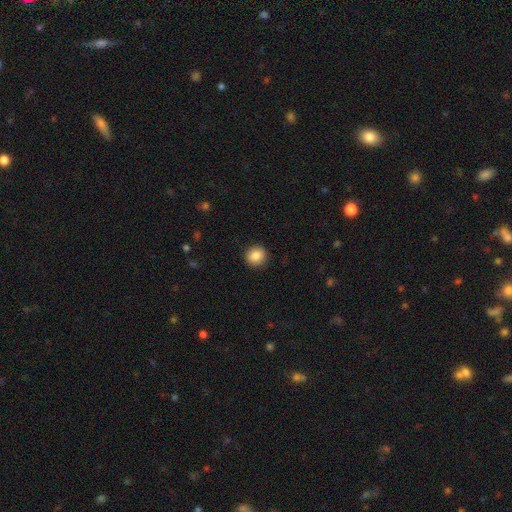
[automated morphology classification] smooth 86%, star or artifact 9%, featured or disk 5%. Down the decision tree: how rounded — round (92%); merging — none (92%).